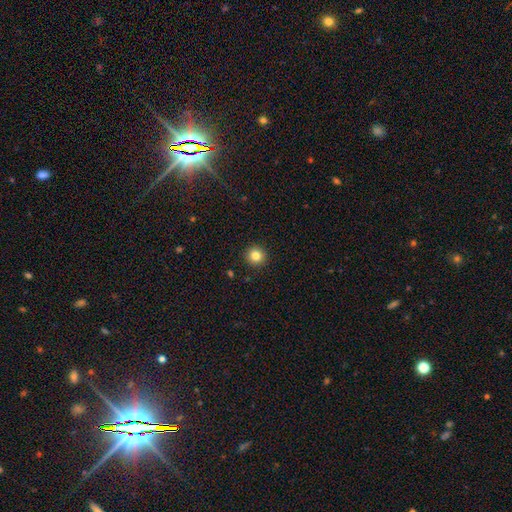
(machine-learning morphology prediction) smooth 83%, star or artifact 11%, featured or disk 6%. Down the decision tree: how rounded — round (94%); merging — none (93%).